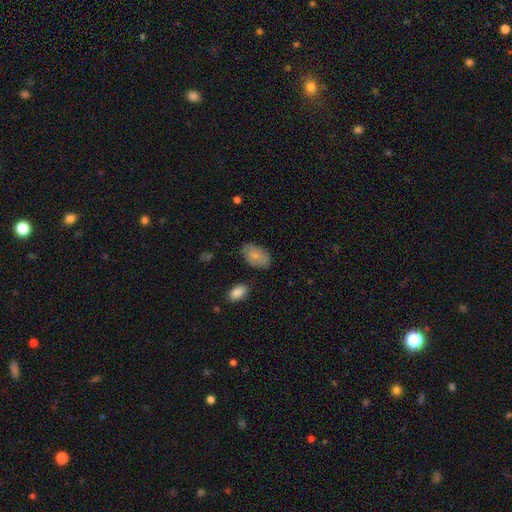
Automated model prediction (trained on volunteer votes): Smooth or featured: smooth — 80% (featured or disk — 13%)
How rounded: in between — 92% (round — 7%)
Merging: none — 76% (minor disturbance — 17%)